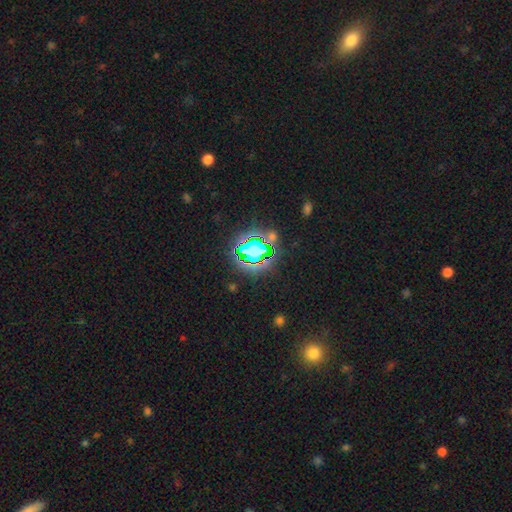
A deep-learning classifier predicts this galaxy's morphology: type=star or artifact (79%).